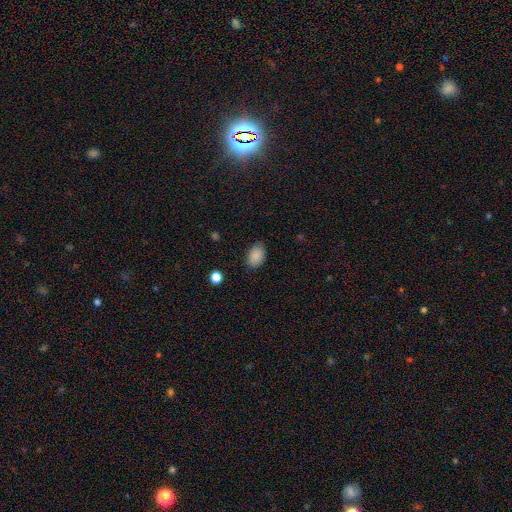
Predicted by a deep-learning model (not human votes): smooth_or_featured: smooth (p=0.87) [alt: star or artifact p=0.09]
how_rounded: in between (p=0.85) [alt: round p=0.14]
merging: none (p=0.79) [alt: minor disturbance p=0.17]